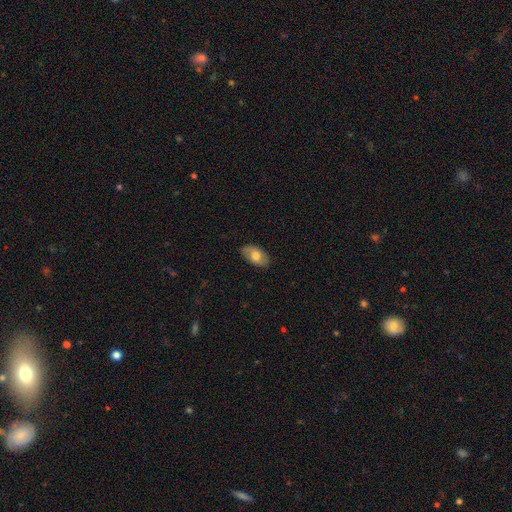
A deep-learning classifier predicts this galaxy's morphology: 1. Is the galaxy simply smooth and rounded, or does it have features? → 67% smooth, 26% featured or disk, 6% star or artifact.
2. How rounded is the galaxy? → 93% in between, 5% round, 2% cigar-shaped.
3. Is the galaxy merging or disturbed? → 83% none, 13% minor disturbance, 3% major disturbance, 1% merger.